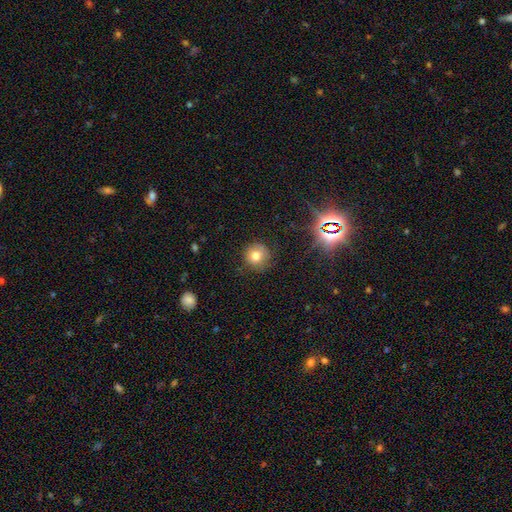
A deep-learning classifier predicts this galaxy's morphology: Smooth or featured: smooth — 74% (star or artifact — 16%)
How rounded: round — 91% (in between — 8%)
Merging: none — 79% (minor disturbance — 15%)